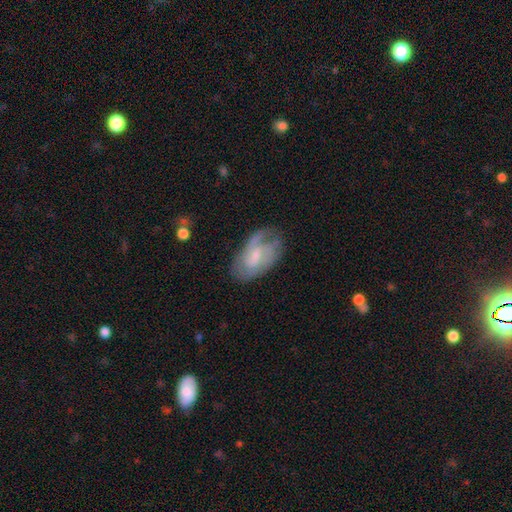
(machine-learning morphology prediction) type=featured or disk (65%); edge-on=no (95%); bar=weak (54%); spiral arms=yes (84%); winding=medium (43%); arm count=2 (41%); bulge=small (49%); merging=none (60%).